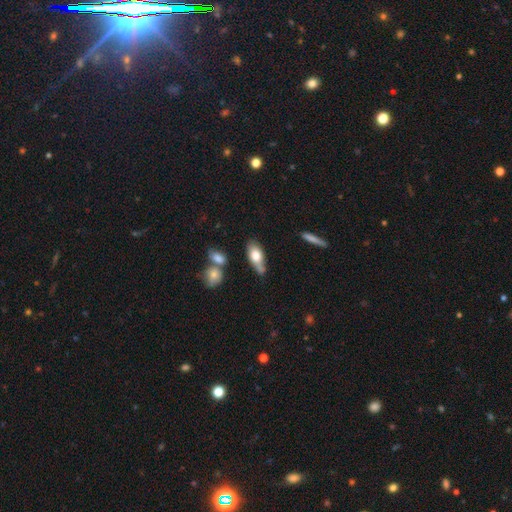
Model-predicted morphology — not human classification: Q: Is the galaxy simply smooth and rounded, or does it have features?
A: smooth — 69%.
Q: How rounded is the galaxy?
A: in between — 80%.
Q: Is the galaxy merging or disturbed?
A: none — 50%.